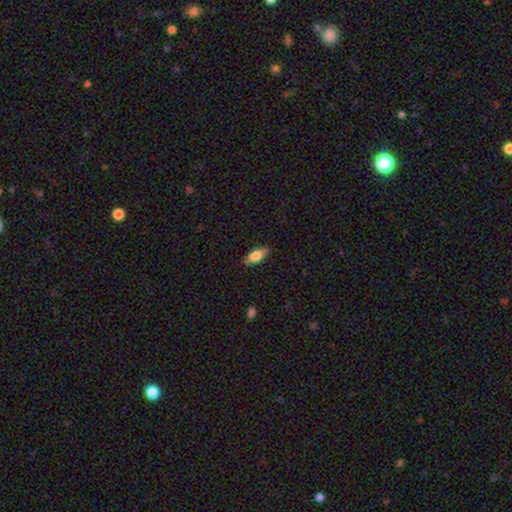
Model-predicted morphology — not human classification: This is likely a smooth galaxy (73%). How rounded: likely in between (78%). Merging: likely none (80%).